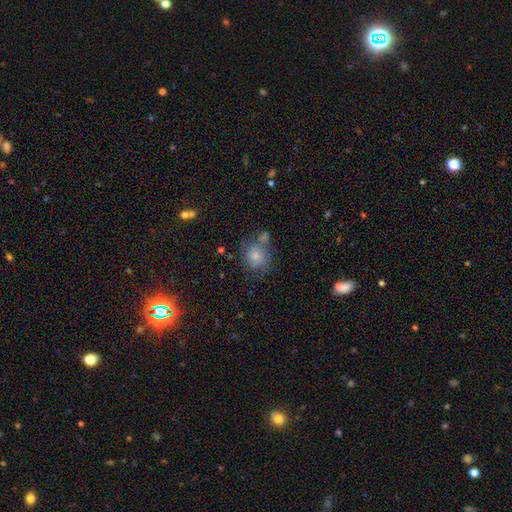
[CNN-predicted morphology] This is likely a smooth galaxy (64%). How rounded: likely round (74%). Merging: possibly none (51%).